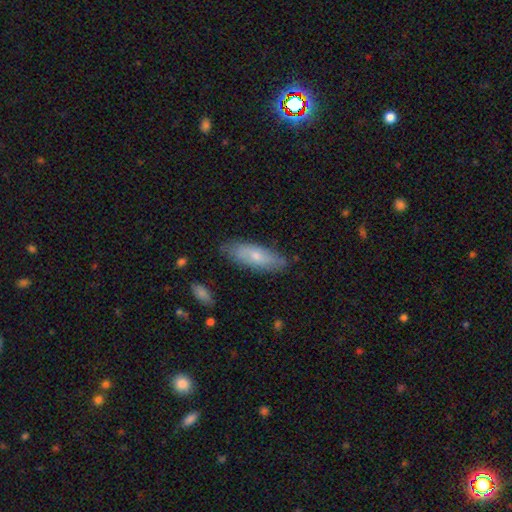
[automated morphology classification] Smooth or featured?
  - smooth: 64% *
  - featured or disk: 31%
  - star or artifact: 6%
How rounded?
  - in between: 63% *
  - cigar-shaped: 35%
  - round: 2%
Merging?
  - none: 79% *
  - minor disturbance: 16%
  - major disturbance: 3%
  - merger: 2%